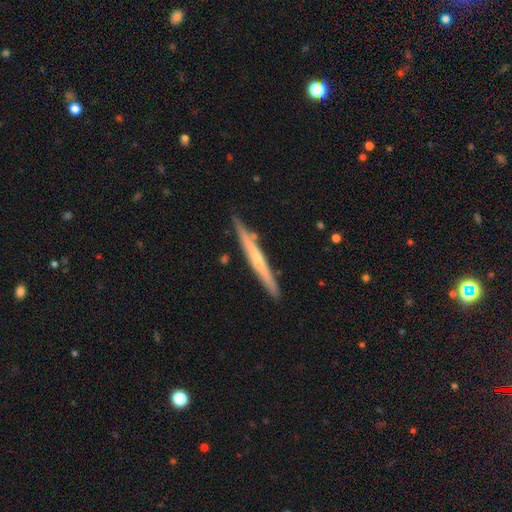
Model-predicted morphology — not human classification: This appears to be a featured or disk galaxy (56%) viewed edge-on (95%) with no central bulge (65%). Merging: none (84%).